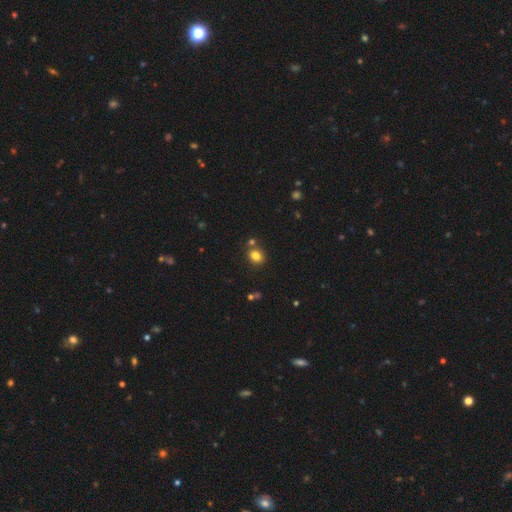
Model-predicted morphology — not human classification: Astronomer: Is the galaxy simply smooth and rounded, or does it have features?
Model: smooth — 81%.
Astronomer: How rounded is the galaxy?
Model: round — 63%.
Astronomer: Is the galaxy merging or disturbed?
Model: none — 75%.